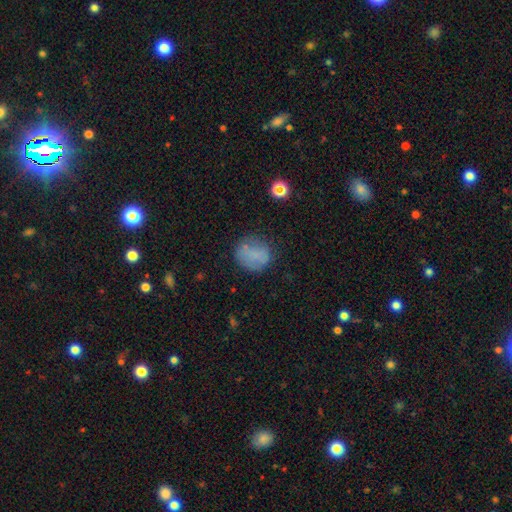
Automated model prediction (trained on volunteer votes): Q: Smooth or featured?
A: smooth (76%); runner-up: featured or disk (14%)
Q: How rounded?
A: round (75%); runner-up: in between (24%)
Q: Merging?
A: none (68%); runner-up: minor disturbance (20%)